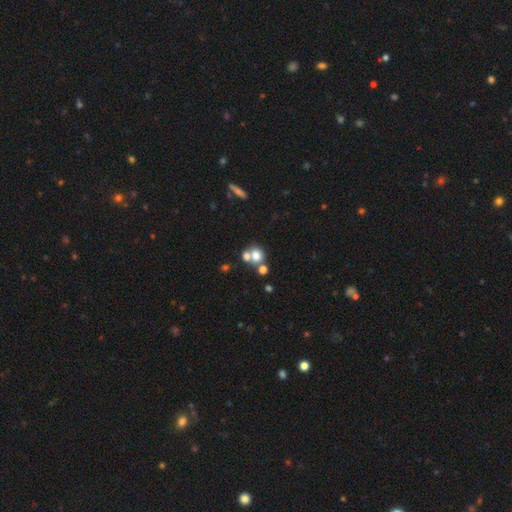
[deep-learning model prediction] Smooth or featured?
  - smooth: 71% *
  - featured or disk: 15%
  - star or artifact: 14%
How rounded?
  - round: 75% *
  - in between: 24%
  - cigar-shaped: 1%
Merging?
  - merger: 47% *
  - none: 40%
  - minor disturbance: 8%
  - major disturbance: 4%